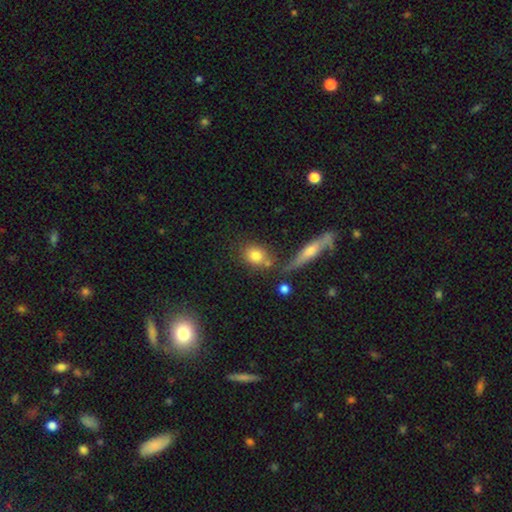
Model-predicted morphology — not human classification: This appears to be a smooth galaxy with no disk features (78%) that is round (56%). Merging: none (64%).